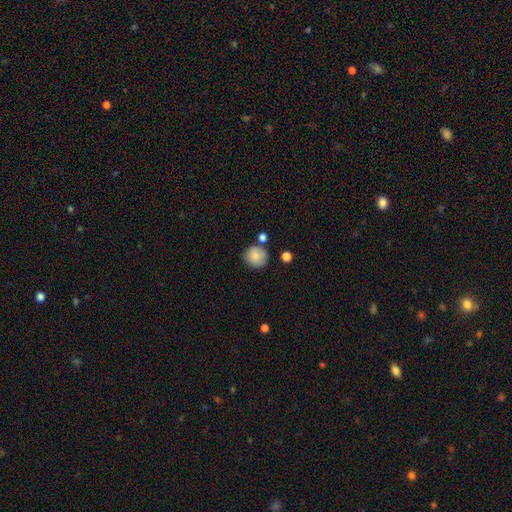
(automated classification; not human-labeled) Smooth or featured? Predicted: smooth (p=0.84). How rounded? Predicted: round (p=0.88). Merging? Predicted: none (p=0.74).